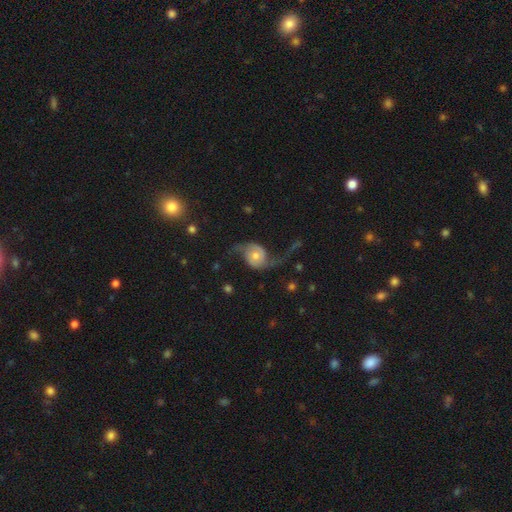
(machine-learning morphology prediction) A featured or disk galaxy (83%) with no bar (72%), 2 (93%) loose (83%) spiral arms (95%) and a moderate central bulge (56%).

Vote fractions:
- Smooth or featured? featured or disk: 83% / smooth: 11% / star or artifact: 6%
- Edge-on disk? no: 97% / yes: 3%
- Bar? no: 72% / weak: 22% / strong: 6%
- Spiral arms? yes: 95% / no: 5%
- Spiral winding? loose: 83% / medium: 14% / tight: 4%
- Spiral arm count? 2: 93% / 1: 2% / can't tell: 2% / 3: 1% / 4: 1% / more than 4: 1%
- Bulge size? moderate: 56% / small: 33% / large: 7% / none: 2% / dominant: 2%
- Merging? none: 58% / major disturbance: 22% / minor disturbance: 17% / merger: 3%